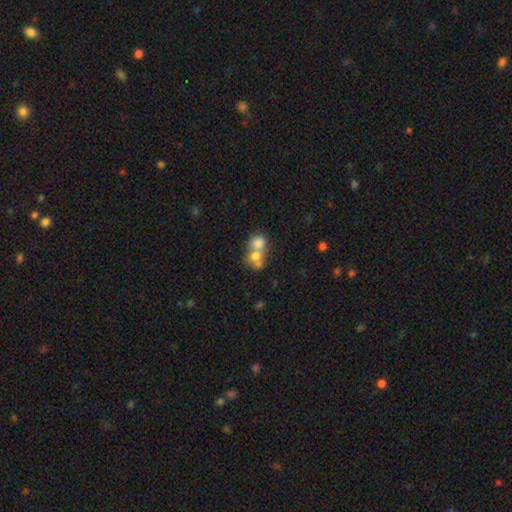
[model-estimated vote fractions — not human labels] The model was most divided on "how rounded": round: 61%, in between: 37%, cigar-shaped: 1%. More confident: merging — merger (72%); smooth or featured — smooth (70%).